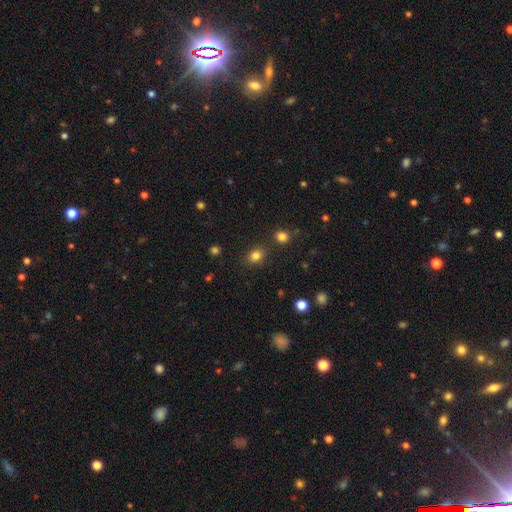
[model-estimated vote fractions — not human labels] Smooth or featured?
  - smooth: 82% *
  - star or artifact: 13%
  - featured or disk: 5%
How rounded?
  - round: 67% *
  - in between: 32%
  - cigar-shaped: 1%
Merging?
  - none: 82% *
  - minor disturbance: 10%
  - merger: 5%
  - major disturbance: 3%